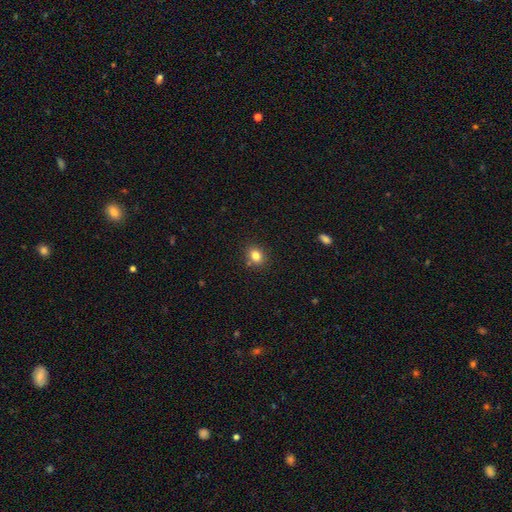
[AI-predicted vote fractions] Smooth or featured? smooth (81%)
How rounded? round (58%)
Merging? none (82%)